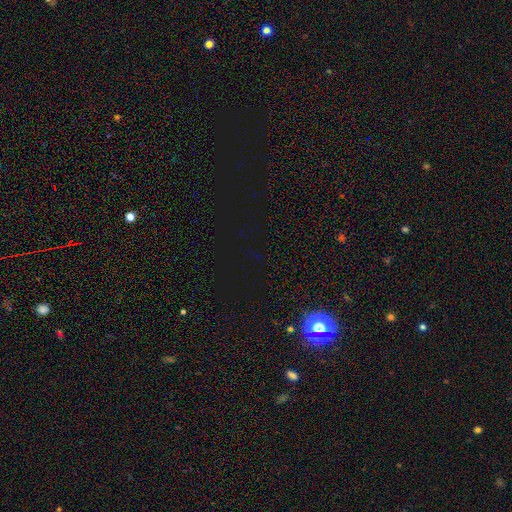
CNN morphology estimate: A star or artifact, not a galaxy (78%).